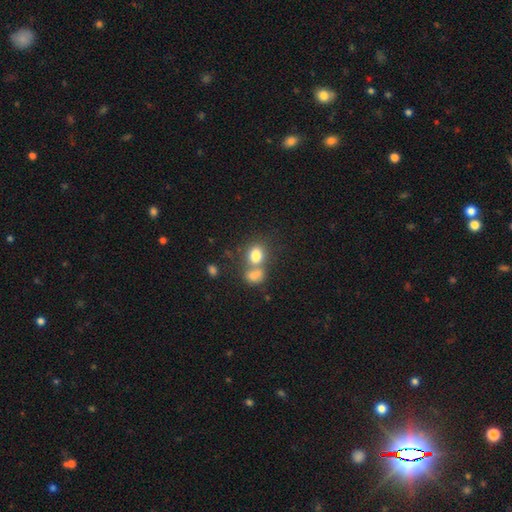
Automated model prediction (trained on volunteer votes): A smooth galaxy with no disk features (79%) that is round (50%).

Vote fractions:
- Smooth or featured? smooth: 79% / star or artifact: 11% / featured or disk: 10%
- How rounded? round: 50% / in between: 49% / cigar-shaped: 1%
- Merging? merger: 45% / none: 40% / minor disturbance: 10% / major disturbance: 5%